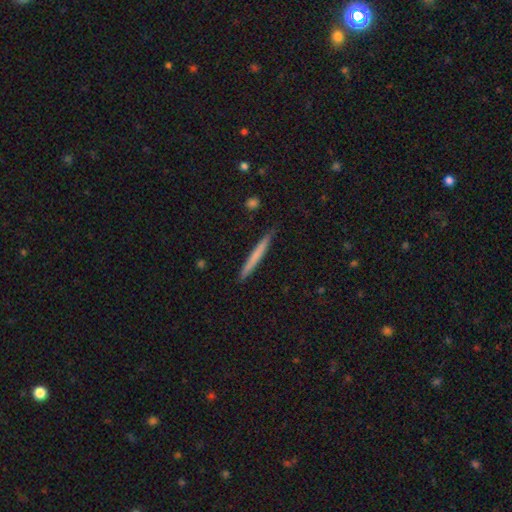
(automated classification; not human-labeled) This appears to be a smooth galaxy with no disk features (65%) that is cigar-shaped (97%). Merging: none (90%).